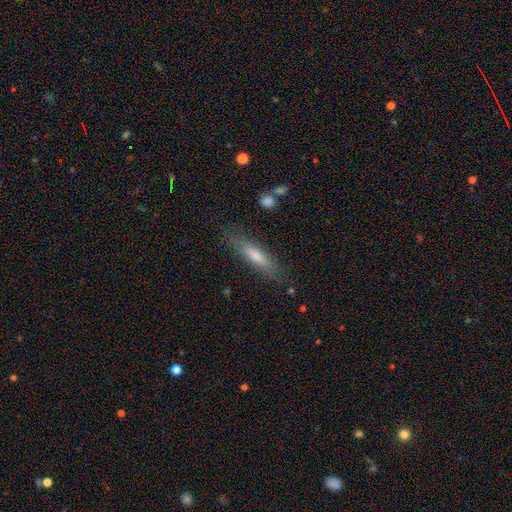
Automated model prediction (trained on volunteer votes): smooth-or-featured: smooth: 66% | featured or disk: 27% | star or artifact: 7%
  how-rounded: cigar-shaped: 78% | in between: 21% | round: 1%
  merging: none: 80% | minor disturbance: 14% | major disturbance: 4% | merger: 2%